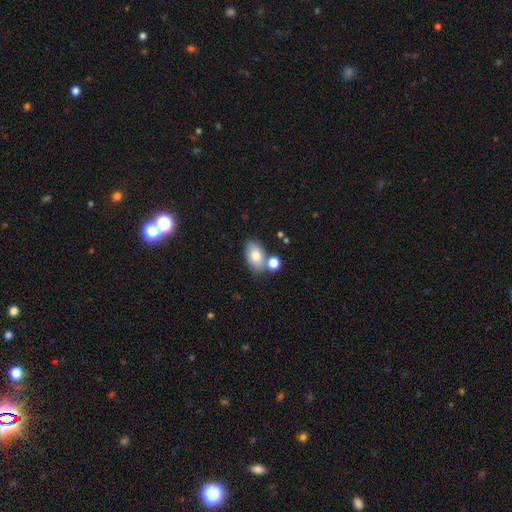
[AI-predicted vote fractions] Q: Smooth or featured?
A: smooth (77%); runner-up: featured or disk (15%)
Q: How rounded?
A: in between (88%); runner-up: round (10%)
Q: Merging?
A: none (62%); runner-up: merger (21%)